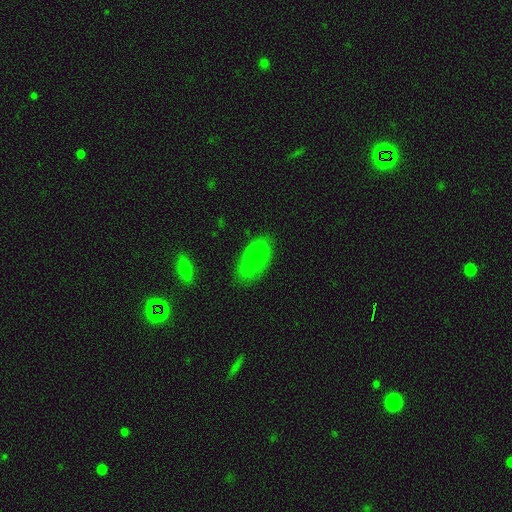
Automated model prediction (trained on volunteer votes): The model was most divided on "merging": none: 66%, minor disturbance: 24%, major disturbance: 8%, merger: 3%. More confident: how rounded — in between (91%); smooth or featured — smooth (75%).